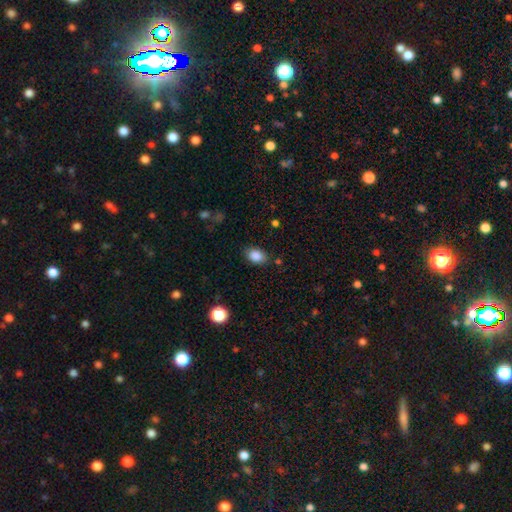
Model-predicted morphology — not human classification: This is clearly a smooth galaxy (87%). How rounded: clearly in between (80%). Merging: clearly none (82%).